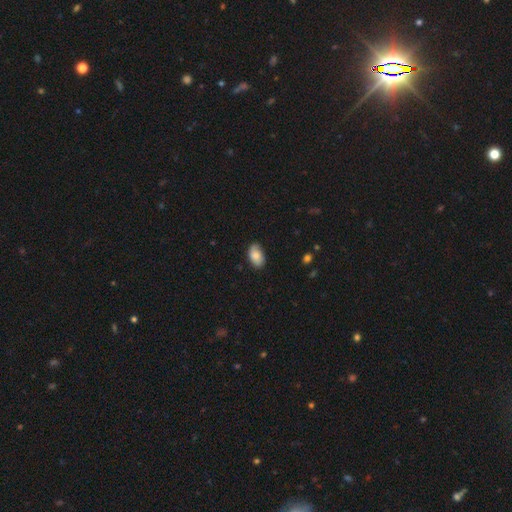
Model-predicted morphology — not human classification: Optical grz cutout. It shows a smooth galaxy with no disk features (81%) that is in between round and cigar-shaped (93%). Merging: none (80%).